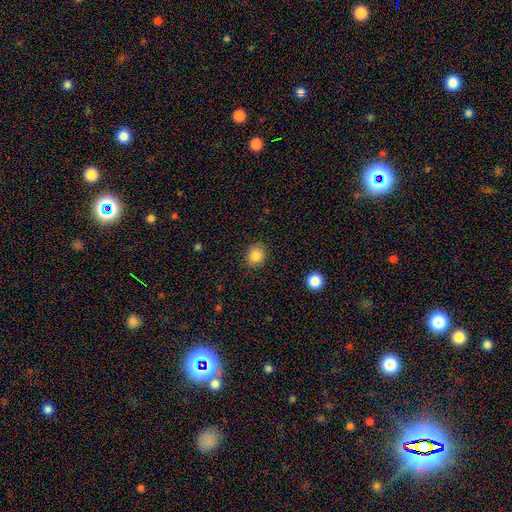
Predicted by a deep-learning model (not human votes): Q: Smooth or featured?
A: smooth (86%); runner-up: star or artifact (10%)
Q: How rounded?
A: round (64%); runner-up: in between (35%)
Q: Merging?
A: none (85%); runner-up: minor disturbance (11%)